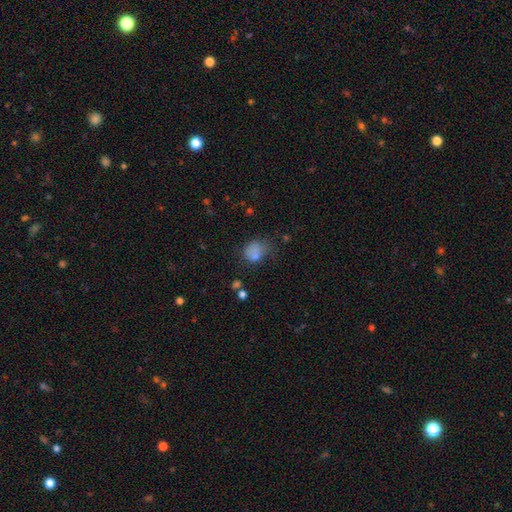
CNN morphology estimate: smooth 69%, star or artifact 20%, featured or disk 11%. Down the decision tree: how rounded — round (52%); merging — none (45%).